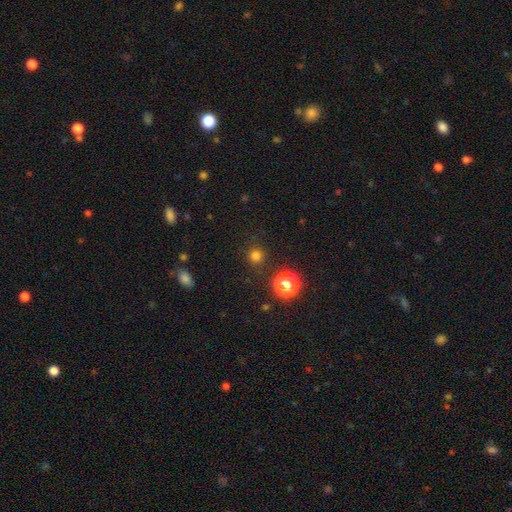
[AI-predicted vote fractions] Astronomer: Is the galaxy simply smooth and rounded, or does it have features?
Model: smooth — 76%.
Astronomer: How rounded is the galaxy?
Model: round — 93%.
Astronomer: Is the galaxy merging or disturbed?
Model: none — 87%.